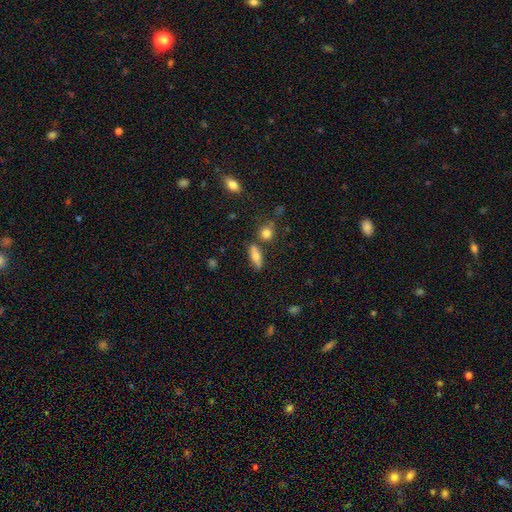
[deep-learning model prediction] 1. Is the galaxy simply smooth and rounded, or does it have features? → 72% smooth, 20% featured or disk, 8% star or artifact.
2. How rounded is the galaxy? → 57% in between, 38% cigar-shaped, 5% round.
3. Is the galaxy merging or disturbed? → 75% none, 13% minor disturbance, 9% merger, 4% major disturbance.